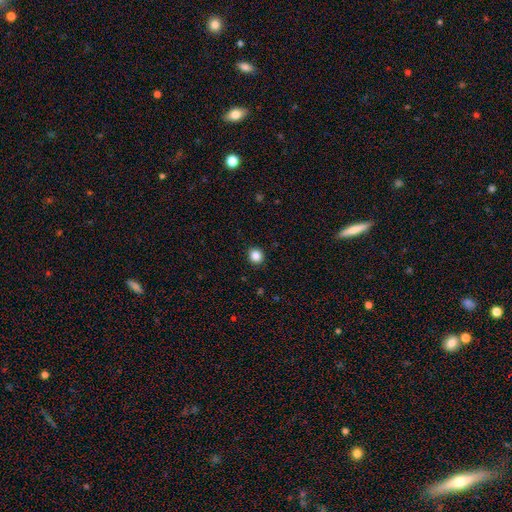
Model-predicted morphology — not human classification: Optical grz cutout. It shows a smooth galaxy with no disk features (86%) that is round (85%). Merging: none (92%).